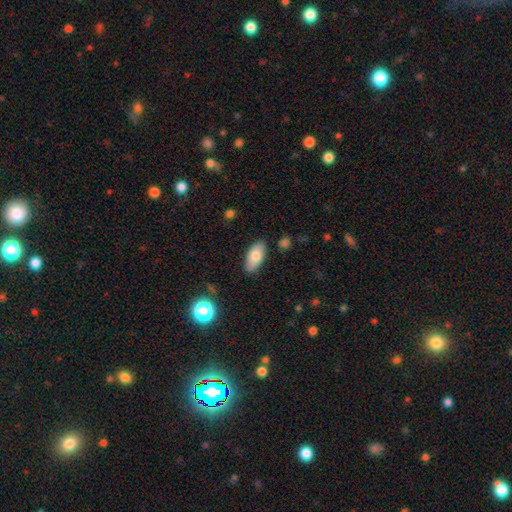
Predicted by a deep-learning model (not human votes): Q: Smooth or featured?
A: smooth (77%); runner-up: featured or disk (16%)
Q: How rounded?
A: in between (91%); runner-up: cigar-shaped (6%)
Q: Merging?
A: none (83%); runner-up: minor disturbance (13%)